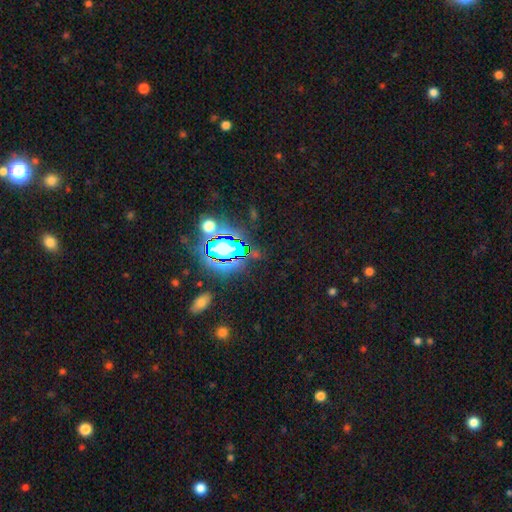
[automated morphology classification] Smooth or featured? Predicted: star or artifact (p=0.84).